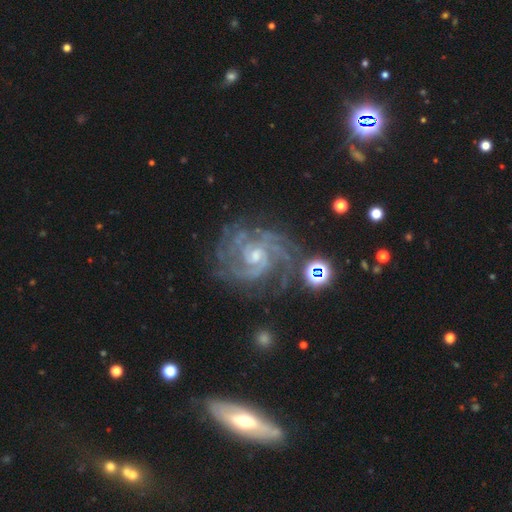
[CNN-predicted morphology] This is clearly a featured or disk galaxy (89%). It is clearly not viewed edge-on (98%). Bar: possibly no (52%). Spiral arm pattern: clearly yes (98%). Spiral arm count: marginally 3 (26%). Spiral winding: likely tight (64%). Central bulge: possibly small (58%). Merging: likely none (74%).